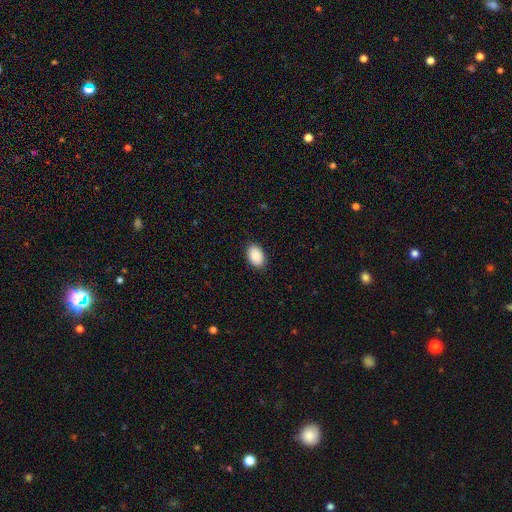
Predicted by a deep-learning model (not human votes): Morphology: type=smooth (88%); roundness=in between (89%); merging=none (89%).